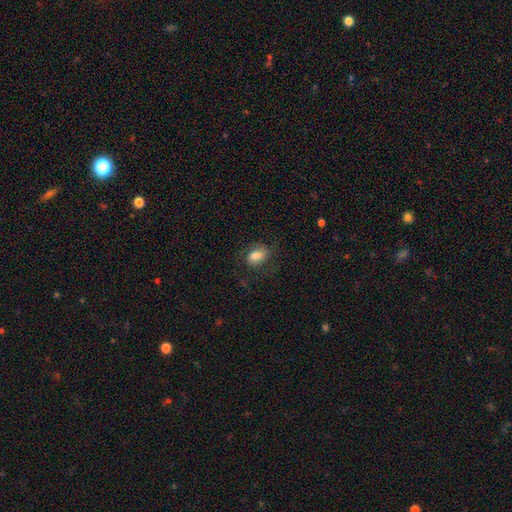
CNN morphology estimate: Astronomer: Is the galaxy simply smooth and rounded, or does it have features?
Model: smooth — 73%.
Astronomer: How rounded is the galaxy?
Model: in between — 79%.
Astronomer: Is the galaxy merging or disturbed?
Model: none — 65%.